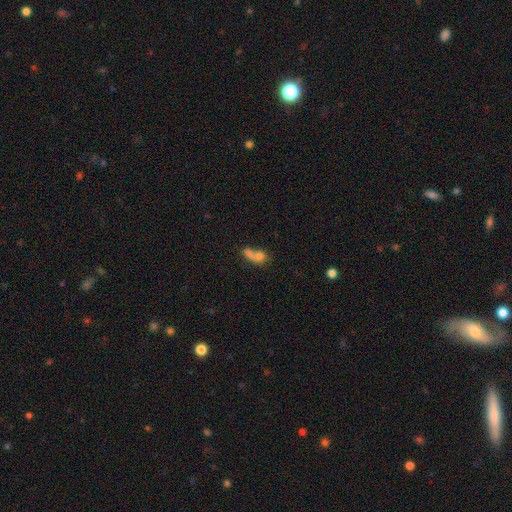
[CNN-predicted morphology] This appears to be a smooth galaxy with no disk features (70%) that is in between round and cigar-shaped (57%). Merging: merger (58%).